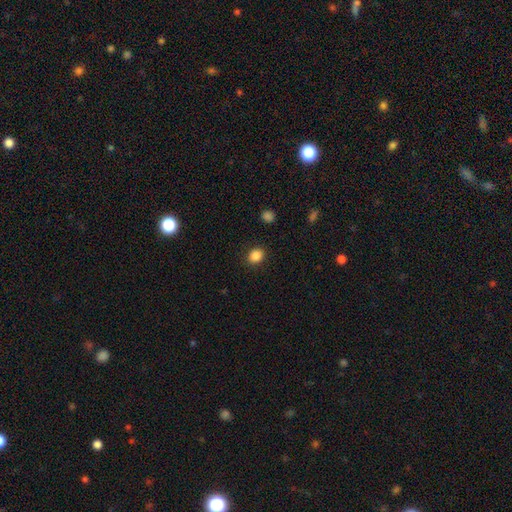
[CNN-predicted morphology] Overall: smooth (86%). How rounded: round (63%; in between 36%). Merging: none (89%).